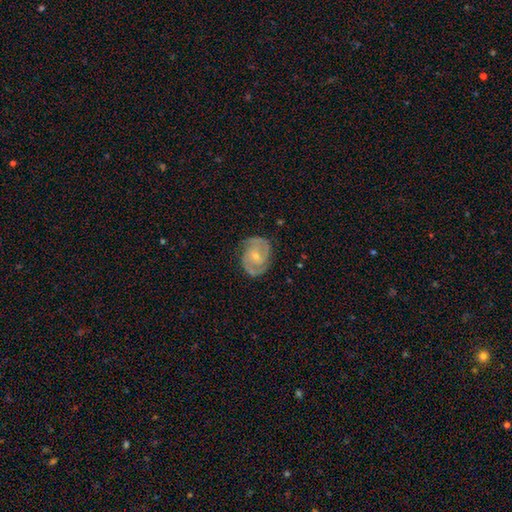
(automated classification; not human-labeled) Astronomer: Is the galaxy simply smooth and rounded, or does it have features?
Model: featured or disk — 85%.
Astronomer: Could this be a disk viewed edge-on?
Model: no — 98%.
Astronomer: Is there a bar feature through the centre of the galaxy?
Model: no — 56% (runner-up: weak, 36%).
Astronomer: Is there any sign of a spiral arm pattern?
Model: yes — 96%.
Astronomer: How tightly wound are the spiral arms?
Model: tight — 46% (runner-up: medium, 45%).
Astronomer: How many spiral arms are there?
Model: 2 — 84%.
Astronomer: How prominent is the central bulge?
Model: small — 56% (runner-up: moderate, 40%).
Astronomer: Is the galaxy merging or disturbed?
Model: none — 79%.